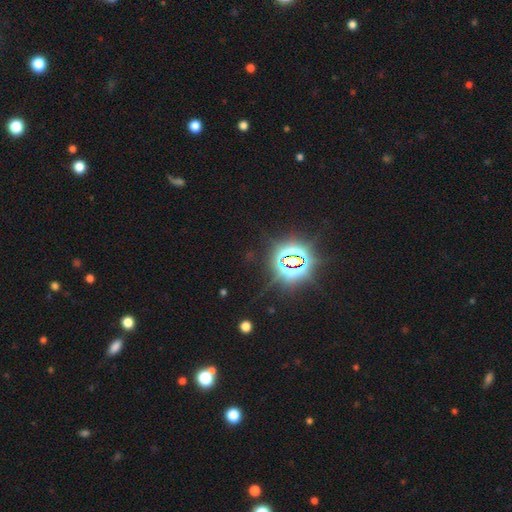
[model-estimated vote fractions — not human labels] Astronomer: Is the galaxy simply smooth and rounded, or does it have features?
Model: star or artifact — 85%.